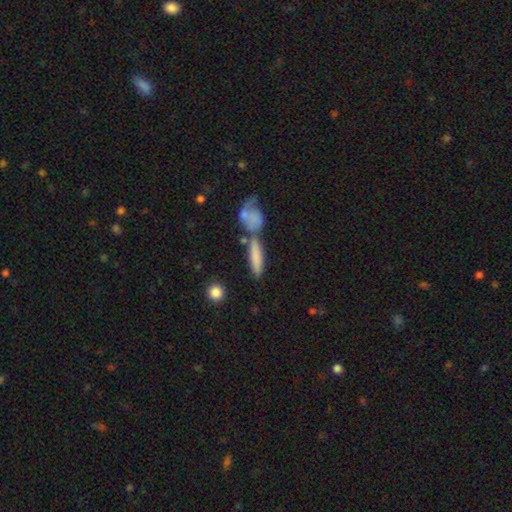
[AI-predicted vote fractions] The model was most divided on "merging": none: 56%, merger: 26%, minor disturbance: 13%, major disturbance: 6%. More confident: smooth or featured — smooth (75%); how rounded — cigar-shaped (71%).